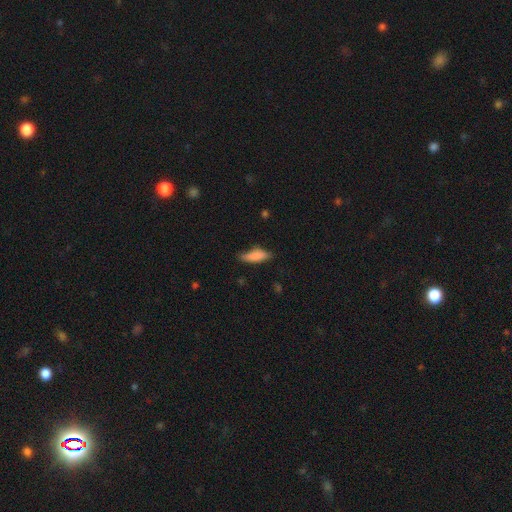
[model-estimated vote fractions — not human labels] Overall: smooth (79%). How rounded: in between (50%; cigar-shaped 48%). Merging: none (68%).